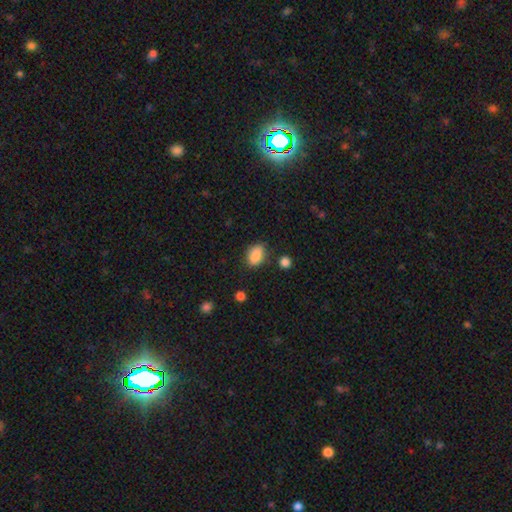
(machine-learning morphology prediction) smooth_or_featured: smooth (p=0.86) [alt: star or artifact p=0.09]
how_rounded: in between (p=0.80) [alt: round p=0.18]
merging: none (p=0.73) [alt: minor disturbance p=0.19]